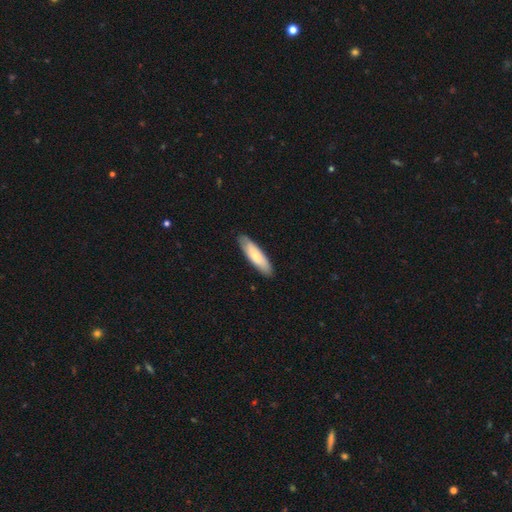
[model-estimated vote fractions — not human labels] The model was most divided on "how rounded": cigar-shaped: 61%, in between: 38%, round: 2%. More confident: merging — none (86%); smooth or featured — smooth (71%).